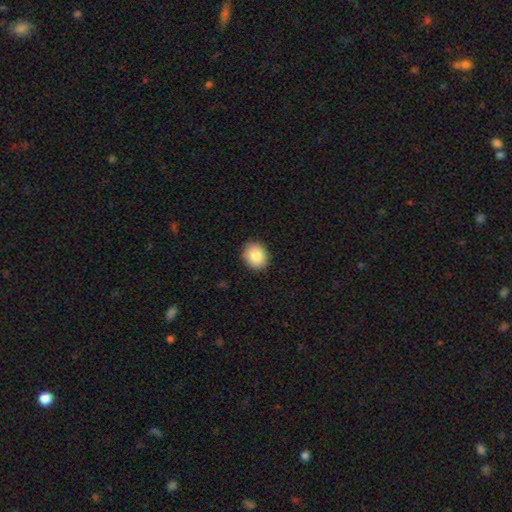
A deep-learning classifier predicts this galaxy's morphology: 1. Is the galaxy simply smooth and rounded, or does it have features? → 85% smooth, 8% star or artifact, 7% featured or disk.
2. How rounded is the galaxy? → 66% round, 33% in between, 1% cigar-shaped.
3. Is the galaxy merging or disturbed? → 90% none, 7% minor disturbance, 2% major disturbance, 1% merger.